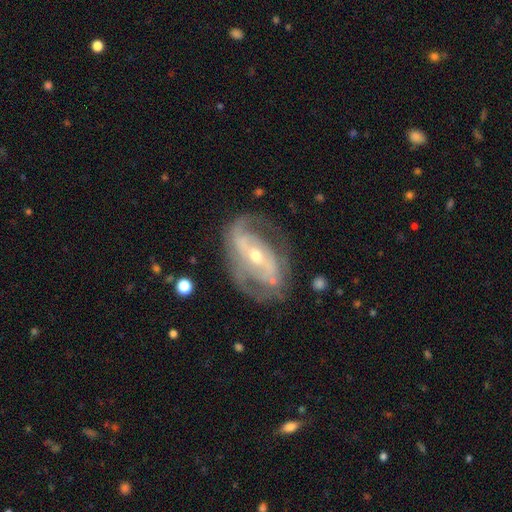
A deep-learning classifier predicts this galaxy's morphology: Smooth or featured: featured or disk — 85% (smooth — 9%)
Edge-on disk: no — 95% (yes — 5%)
Bar: strong — 42% (weak — 34%)
Spiral arms: yes — 87% (no — 13%)
Spiral winding: medium — 44% (tight — 32%)
Spiral arm count: 2 — 68% (can't tell — 16%)
Bulge size: small — 48% (moderate — 47%)
Merging: none — 62% (minor disturbance — 20%)